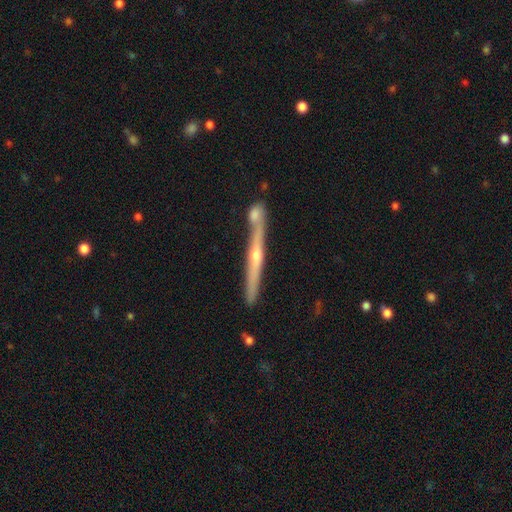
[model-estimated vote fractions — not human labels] Smooth or featured? Predicted: featured or disk (p=0.70). Edge-on disk? Predicted: yes (p=0.96). Edge-on bulge? Predicted: rounded (p=0.77). Merging? Predicted: none (p=0.65).